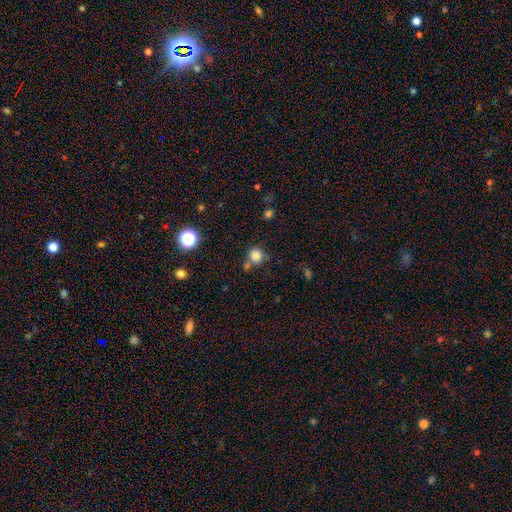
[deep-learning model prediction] Q: Smooth or featured?
A: smooth (81%); runner-up: star or artifact (13%)
Q: How rounded?
A: round (89%); runner-up: in between (10%)
Q: Merging?
A: none (64%); runner-up: merger (19%)